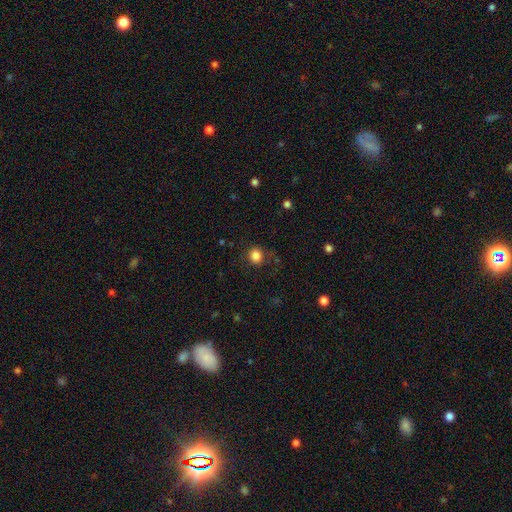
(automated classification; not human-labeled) This appears to be a smooth galaxy with no disk features (84%) that is round (84%). Merging: none (81%).